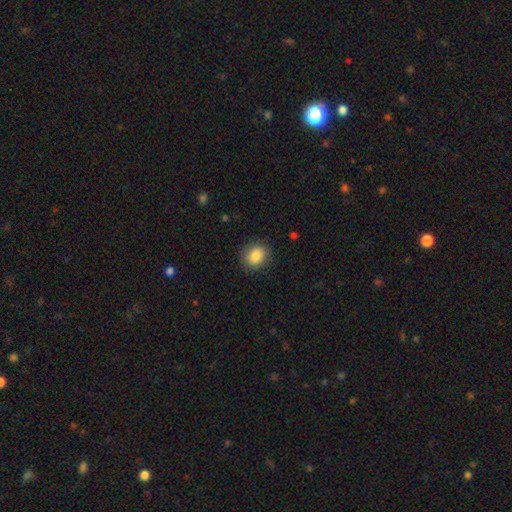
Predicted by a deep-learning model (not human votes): smooth_or_featured: smooth (p=0.86) [alt: star or artifact p=0.08]
how_rounded: round (p=0.68) [alt: in between p=0.31]
merging: none (p=0.86) [alt: minor disturbance p=0.10]